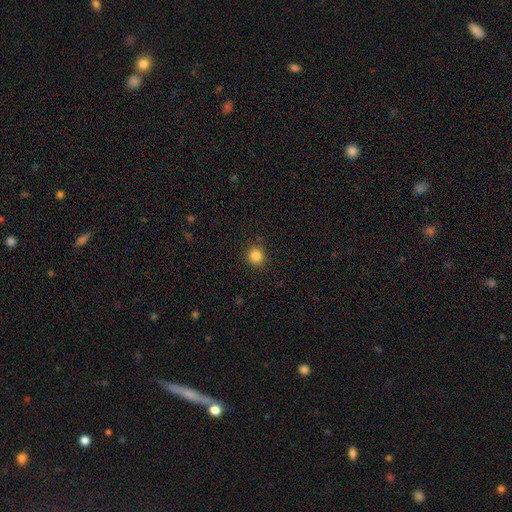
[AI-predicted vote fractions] smooth-or-featured: smooth: 86% | star or artifact: 11% | featured or disk: 3%
  how-rounded: round: 91% | in between: 8% | cigar-shaped: 1%
  merging: none: 89% | minor disturbance: 7% | major disturbance: 2% | merger: 1%